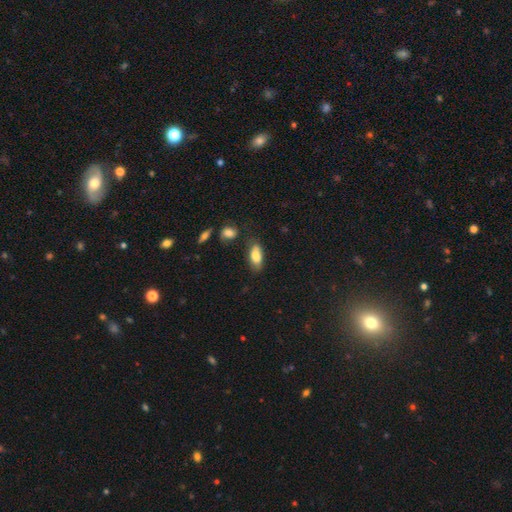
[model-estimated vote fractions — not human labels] smooth 81%, featured or disk 12%, star or artifact 7%. Down the decision tree: how rounded — in between (83%); merging — none (71%).